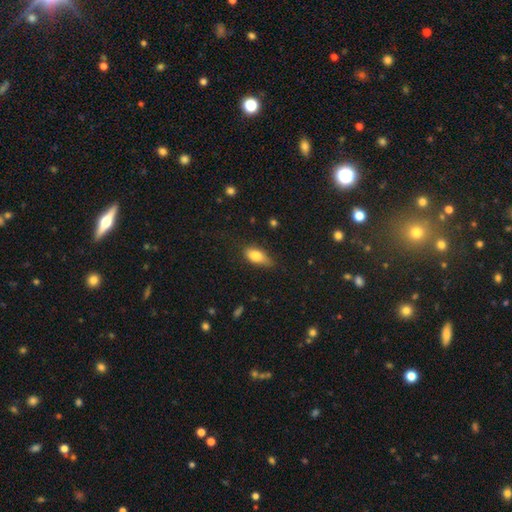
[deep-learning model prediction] Smooth or featured? Predicted: smooth (p=0.79). How rounded? Predicted: in between (p=0.83). Merging? Predicted: none (p=0.57).